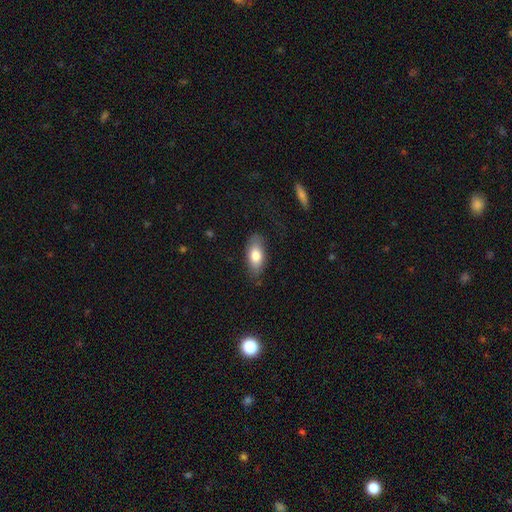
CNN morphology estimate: Overall: smooth (76%). How rounded: in between (86%). Merging: none (78%).